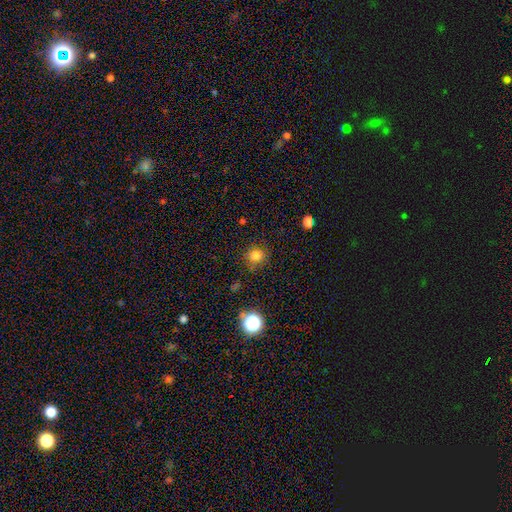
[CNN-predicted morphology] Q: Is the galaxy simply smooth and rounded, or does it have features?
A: smooth — 80%.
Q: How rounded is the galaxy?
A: round — 90%.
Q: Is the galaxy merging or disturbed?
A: none — 84%.